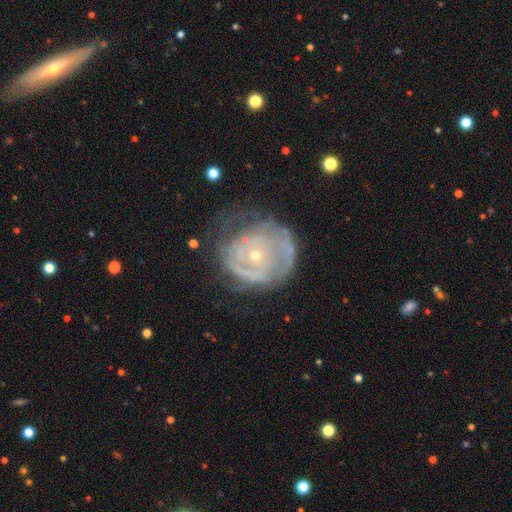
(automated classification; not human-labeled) Overall: featured or disk (75%). Edge-on disk: no (97%). Bar: no (81%). Spiral arms: yes (69%; no 31%). Spiral arm count: can't tell (50%; 2 23%). Spiral winding: tight (65%; medium 25%). Bulge size: small (75%). Merging: none (46%; minor disturbance 28%).